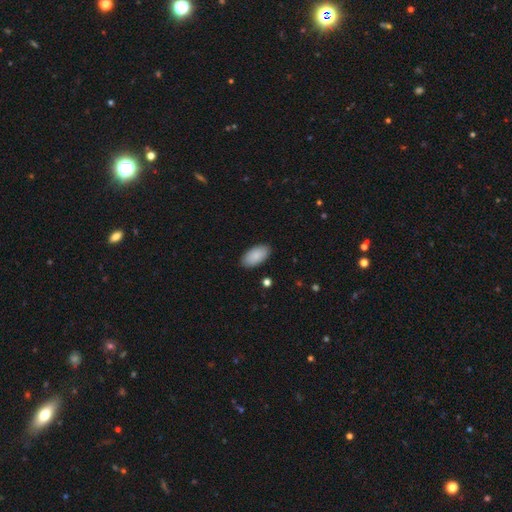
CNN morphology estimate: Q: Smooth or featured?
A: smooth (89%); runner-up: star or artifact (6%)
Q: How rounded?
A: in between (95%); runner-up: cigar-shaped (3%)
Q: Merging?
A: none (89%); runner-up: minor disturbance (8%)